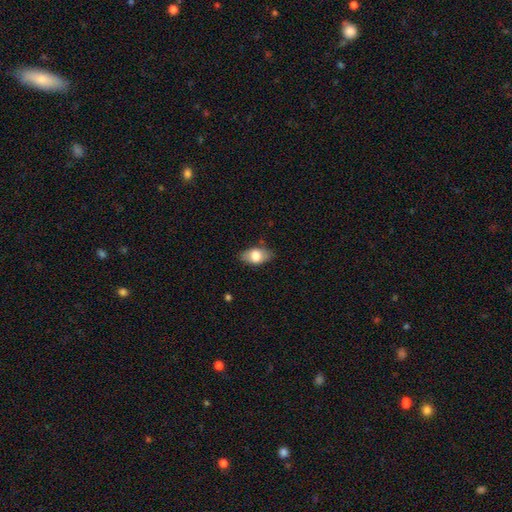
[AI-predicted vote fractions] Smooth or featured? smooth (74%)
How rounded? in between (89%)
Merging? none (78%)